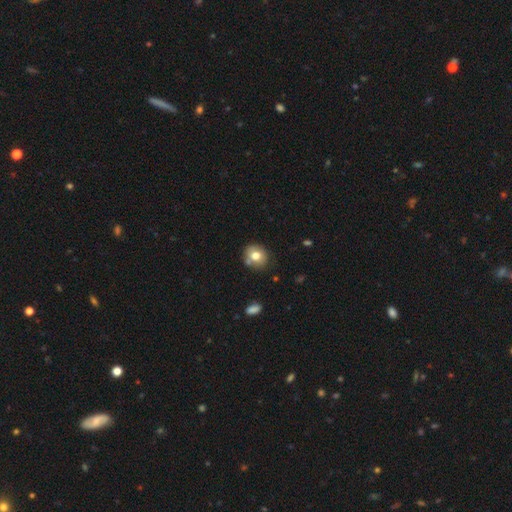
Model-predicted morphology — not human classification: smooth-or-featured: smooth: 73% | featured or disk: 18% | star or artifact: 10%
  how-rounded: round: 75% | in between: 24% | cigar-shaped: 1%
  merging: none: 73% | minor disturbance: 16% | merger: 8% | major disturbance: 4%